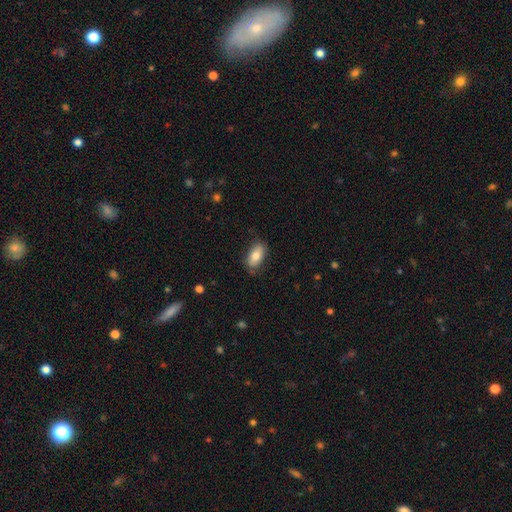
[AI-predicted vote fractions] Smooth or featured? Predicted: smooth (p=0.77). How rounded? Predicted: in between (p=0.90). Merging? Predicted: none (p=0.77).